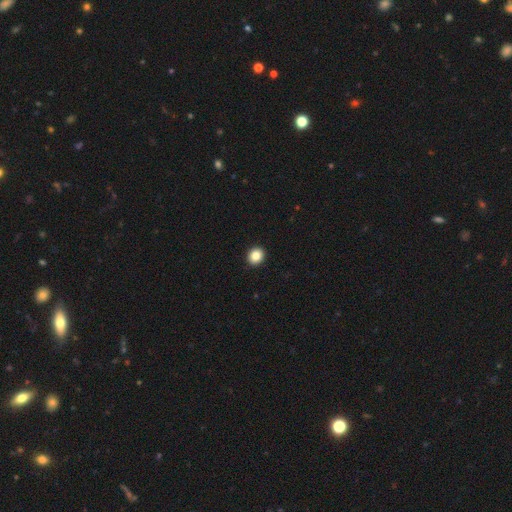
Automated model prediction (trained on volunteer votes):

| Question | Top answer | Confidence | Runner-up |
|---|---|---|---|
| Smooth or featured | smooth | 86% | star or artifact (9%) |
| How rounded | round | 75% | in between (24%) |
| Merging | none | 93% | minor disturbance (5%) |